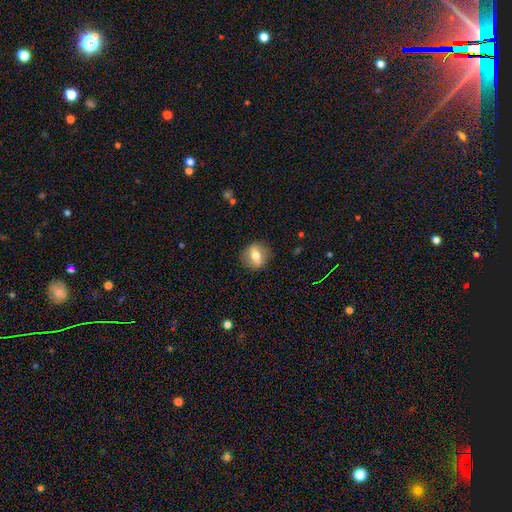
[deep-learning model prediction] Smooth or featured: smooth — 55% (featured or disk — 36%)
How rounded: round — 68% (in between — 29%)
Merging: none — 86% (minor disturbance — 9%)